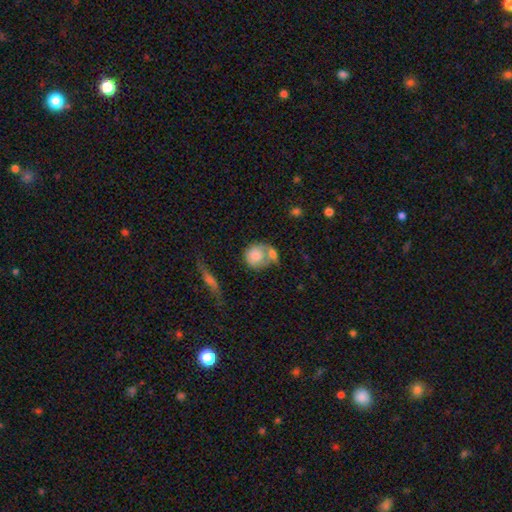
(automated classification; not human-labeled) Smooth or featured? Predicted: smooth (p=0.73). How rounded? Predicted: round (p=0.76). Merging? Predicted: merger (p=0.51).